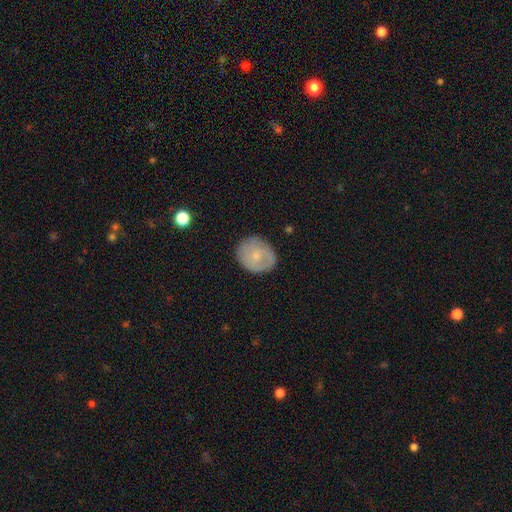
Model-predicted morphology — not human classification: A smooth galaxy with no disk features (62%) that is round (65%). Merging: none (79%).